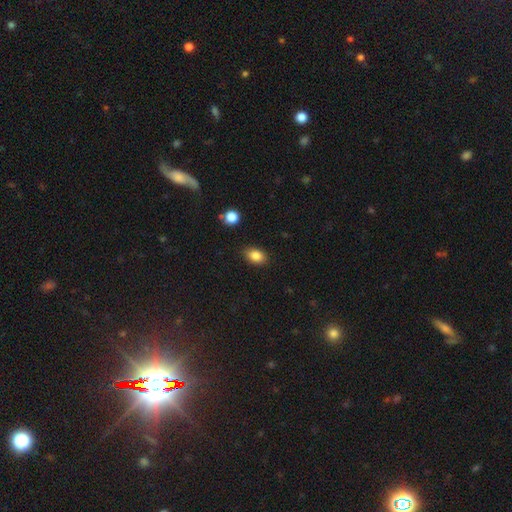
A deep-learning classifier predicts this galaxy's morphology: Overall: smooth (85%). How rounded: in between (82%). Merging: none (86%).